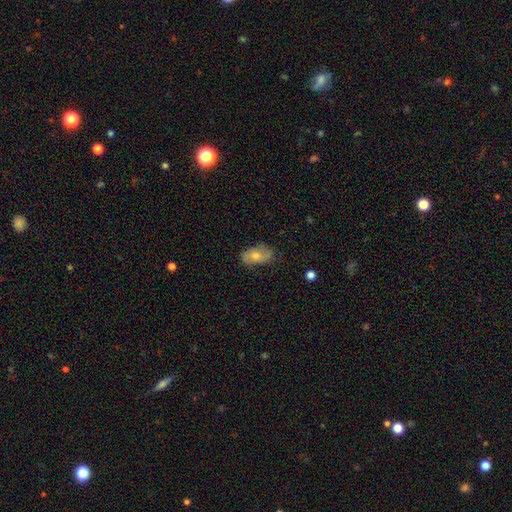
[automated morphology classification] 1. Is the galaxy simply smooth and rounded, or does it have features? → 51% smooth, 39% featured or disk, 10% star or artifact.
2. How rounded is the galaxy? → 88% in between, 9% round, 3% cigar-shaped.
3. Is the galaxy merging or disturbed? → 76% none, 19% minor disturbance, 4% major disturbance, 1% merger.